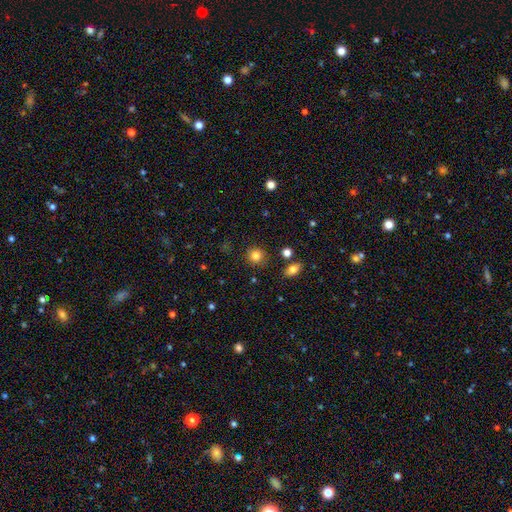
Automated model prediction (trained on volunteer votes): The model was most divided on "smooth or featured": smooth: 83%, star or artifact: 11%, featured or disk: 6%. More confident: how rounded — round (89%); merging — none (86%).